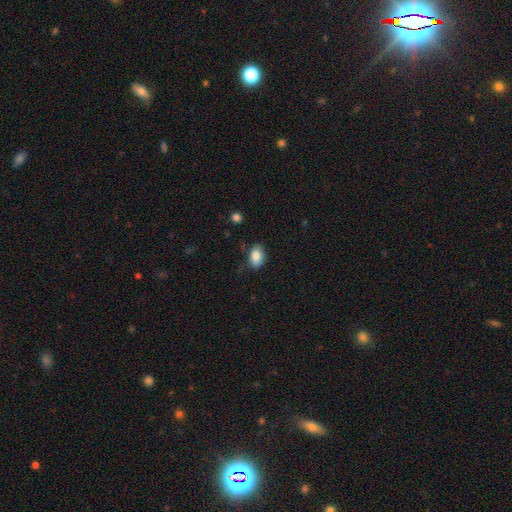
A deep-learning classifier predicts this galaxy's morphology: The model was most divided on "merging": none: 78%, minor disturbance: 17%, major disturbance: 3%, merger: 2%. More confident: how rounded — in between (85%); smooth or featured — smooth (85%).